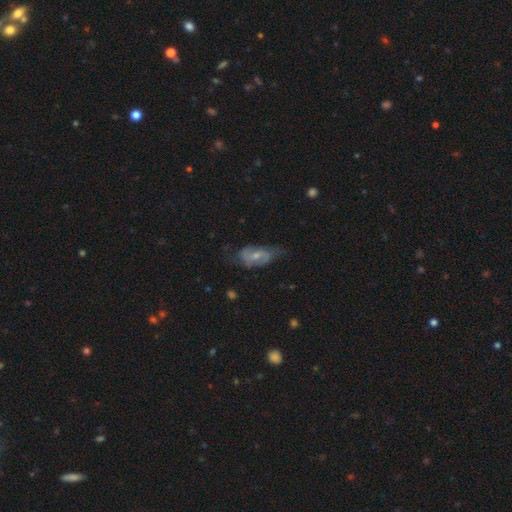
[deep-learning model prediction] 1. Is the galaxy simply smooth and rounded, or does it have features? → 65% featured or disk, 27% smooth, 8% star or artifact.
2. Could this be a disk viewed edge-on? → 93% no, 7% yes.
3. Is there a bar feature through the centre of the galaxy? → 50% weak, 34% no, 16% strong.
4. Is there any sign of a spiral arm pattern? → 83% yes, 17% no.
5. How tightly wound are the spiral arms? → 45% medium, 32% loose, 23% tight.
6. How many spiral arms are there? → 79% 2, 14% can't tell, 3% 1, 2% 3, 1% 4, 1% more than 4.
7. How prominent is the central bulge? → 46% moderate, 45% small, 6% none, 2% large, 1% dominant.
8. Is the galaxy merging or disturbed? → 56% none, 29% minor disturbance, 13% major disturbance, 2% merger.